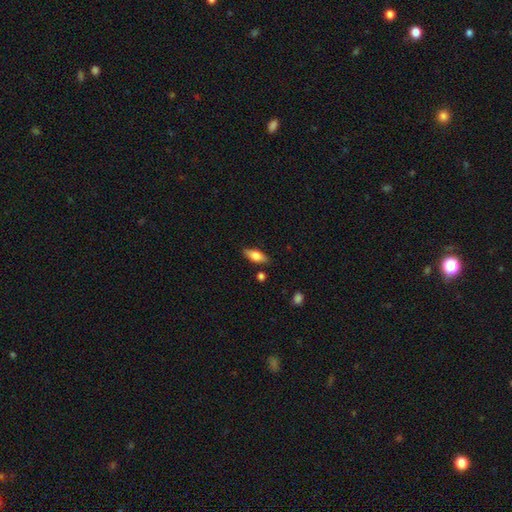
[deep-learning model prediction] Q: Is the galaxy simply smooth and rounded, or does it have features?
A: smooth — 69%.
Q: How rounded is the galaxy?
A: in between — 74%.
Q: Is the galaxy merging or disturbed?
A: none — 83%.